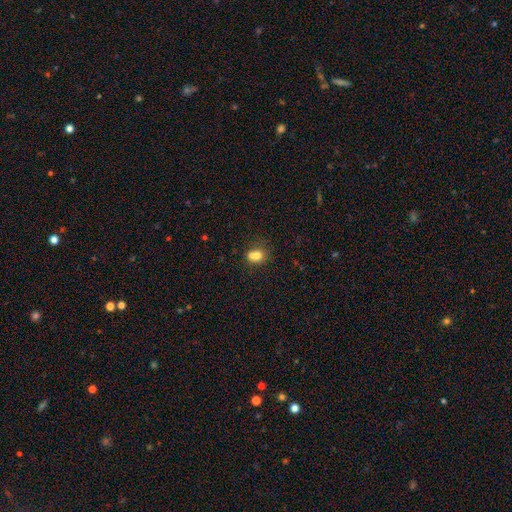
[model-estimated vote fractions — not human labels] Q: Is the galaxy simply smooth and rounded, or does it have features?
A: smooth — 71%.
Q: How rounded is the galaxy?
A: round — 59%.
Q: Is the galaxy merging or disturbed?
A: merger — 53%.